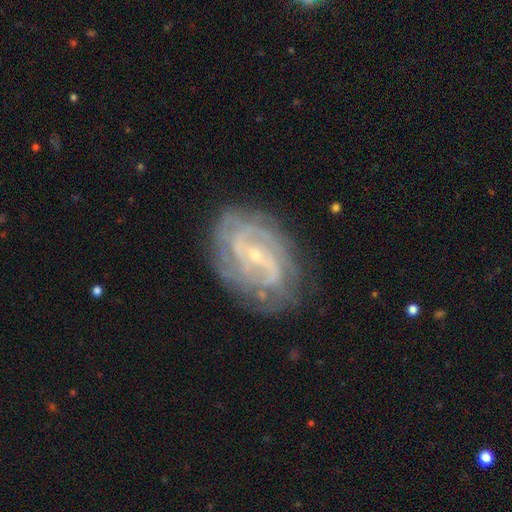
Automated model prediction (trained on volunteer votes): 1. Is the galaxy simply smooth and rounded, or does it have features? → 87% featured or disk, 6% smooth, 6% star or artifact.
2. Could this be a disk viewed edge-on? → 97% no, 3% yes.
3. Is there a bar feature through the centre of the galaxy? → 45% weak, 32% no, 23% strong.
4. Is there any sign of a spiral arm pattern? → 95% yes, 5% no.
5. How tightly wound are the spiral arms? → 53% tight, 36% medium, 11% loose.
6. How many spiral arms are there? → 37% 2, 26% can't tell, 15% 3, 10% 4, 6% more than 4, 6% 1.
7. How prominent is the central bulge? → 80% small, 16% moderate, 2% none, 1% large, 1% dominant.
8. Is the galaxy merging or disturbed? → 77% none, 16% minor disturbance, 6% major disturbance, 1% merger.